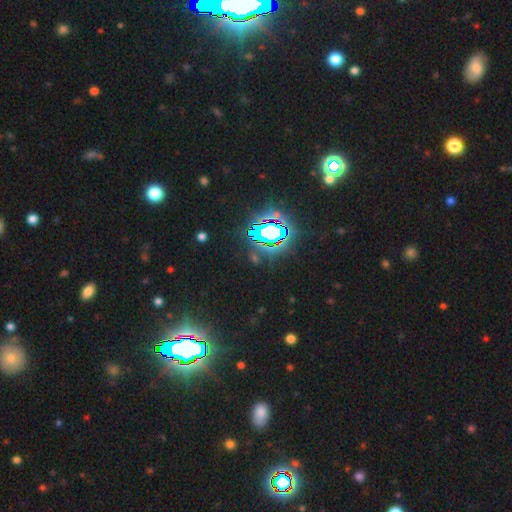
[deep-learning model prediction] This is likely a star or artifact rather than a galaxy (79%).